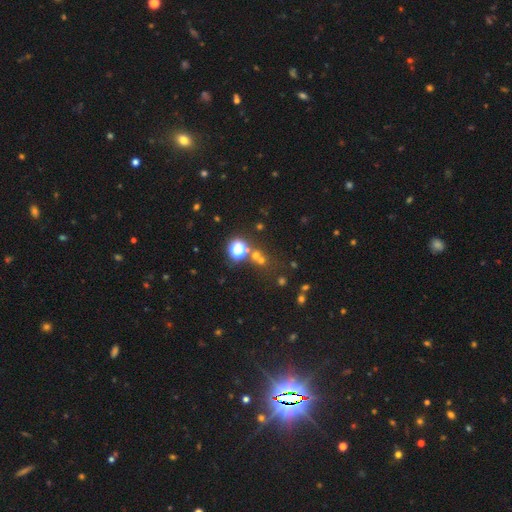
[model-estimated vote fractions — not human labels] star or artifact 54%, smooth 37%, featured or disk 9%.